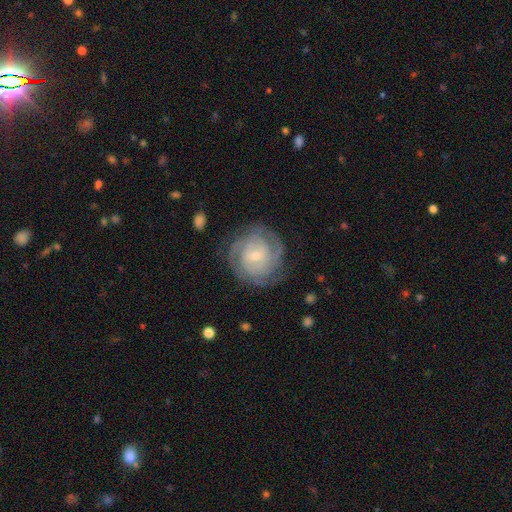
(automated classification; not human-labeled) Smooth or featured: featured or disk — 84% (smooth — 11%)
Edge-on disk: no — 98% (yes — 2%)
Bar: no — 54% (weak — 38%)
Spiral arms: yes — 96% (no — 4%)
Spiral winding: tight — 74% (medium — 22%)
Spiral arm count: can't tell — 29% (3 — 25%)
Bulge size: small — 68% (moderate — 28%)
Merging: none — 78% (minor disturbance — 15%)